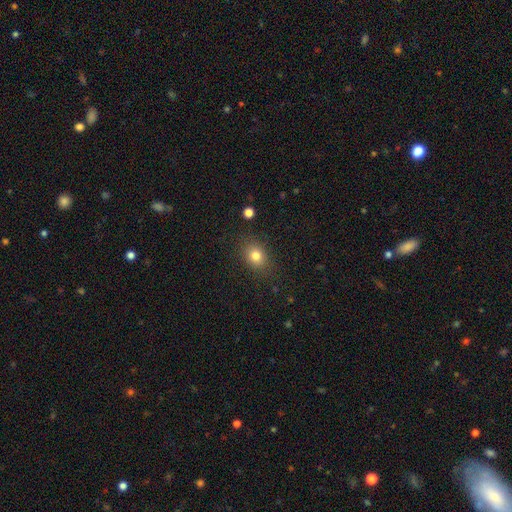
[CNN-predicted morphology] This appears to be a smooth galaxy with no disk features (80%) that is in between round and cigar-shaped (54%). Merging: none (84%).